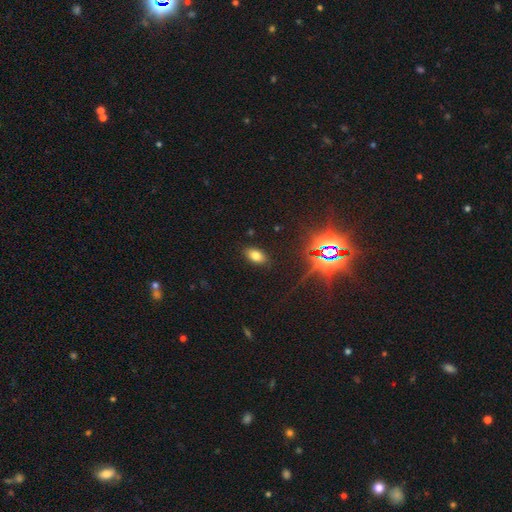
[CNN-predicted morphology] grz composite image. It shows a smooth galaxy with no disk features (73%) that is in between round and cigar-shaped (90%). Merging: none (87%).